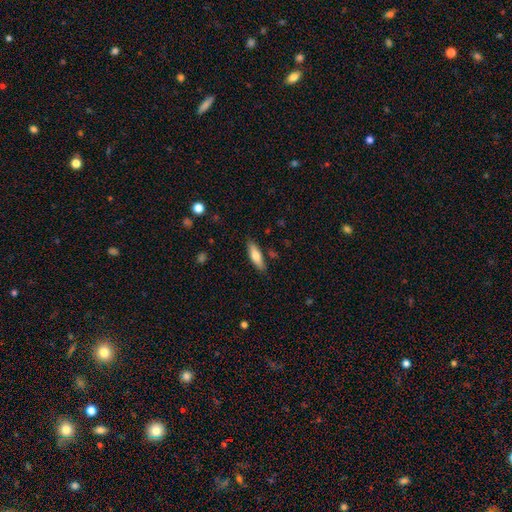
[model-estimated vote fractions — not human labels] A smooth galaxy with no disk features (70%) that is cigar-shaped (53%).

Vote fractions:
- Smooth or featured? smooth: 70% / featured or disk: 24% / star or artifact: 6%
- How rounded? cigar-shaped: 53% / in between: 45% / round: 2%
- Merging? none: 84% / minor disturbance: 11% / merger: 2% / major disturbance: 2%